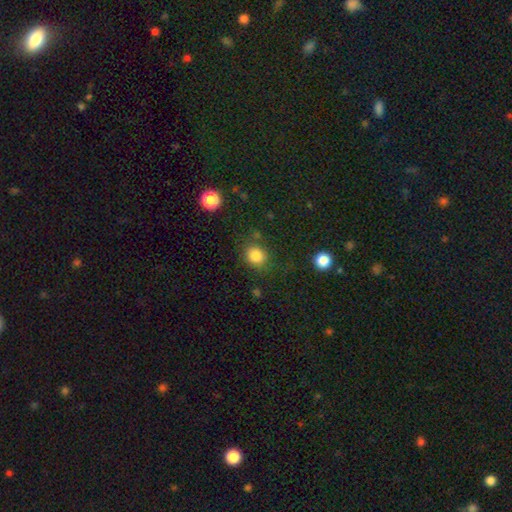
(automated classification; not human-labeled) Smooth or featured? Predicted: smooth (p=0.83). How rounded? Predicted: round (p=0.73). Merging? Predicted: none (p=0.79).